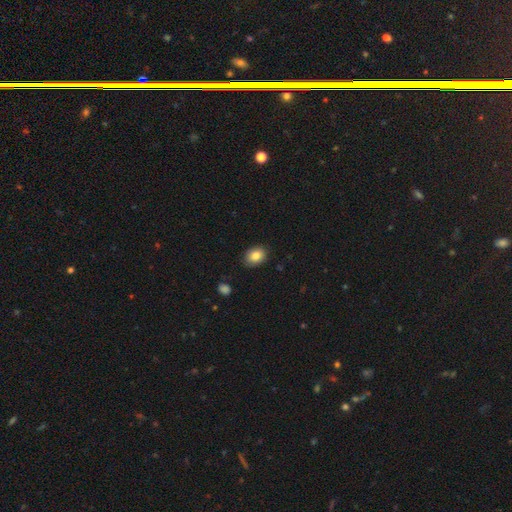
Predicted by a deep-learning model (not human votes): A smooth galaxy with no disk features (84%) that is in between round and cigar-shaped (69%). Merging: none (87%).